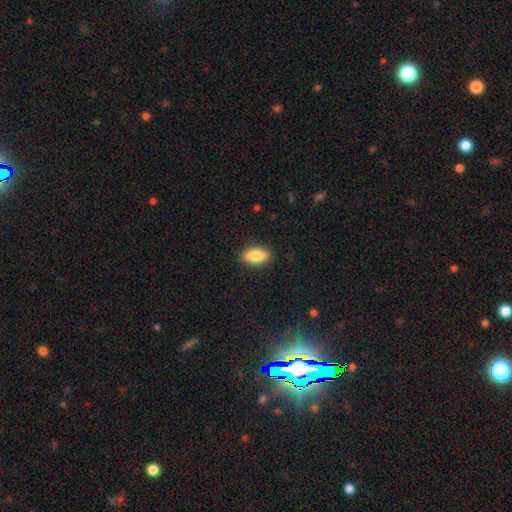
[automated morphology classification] Smooth or featured: smooth — 81% (featured or disk — 12%)
How rounded: in between — 85% (cigar-shaped — 10%)
Merging: none — 88% (minor disturbance — 9%)